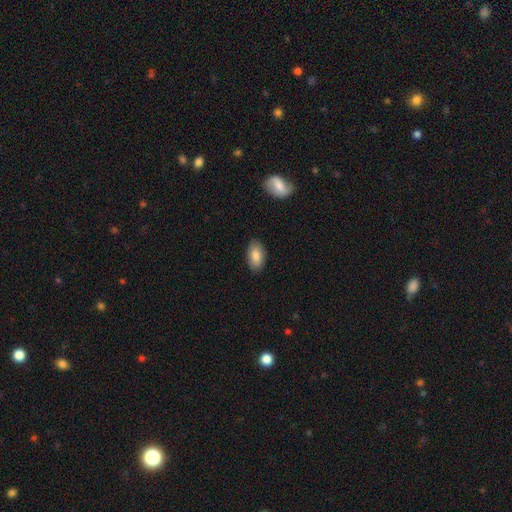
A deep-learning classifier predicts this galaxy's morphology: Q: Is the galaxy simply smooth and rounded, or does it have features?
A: smooth — 84%.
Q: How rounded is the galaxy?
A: in between — 94%.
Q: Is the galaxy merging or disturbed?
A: none — 86%.